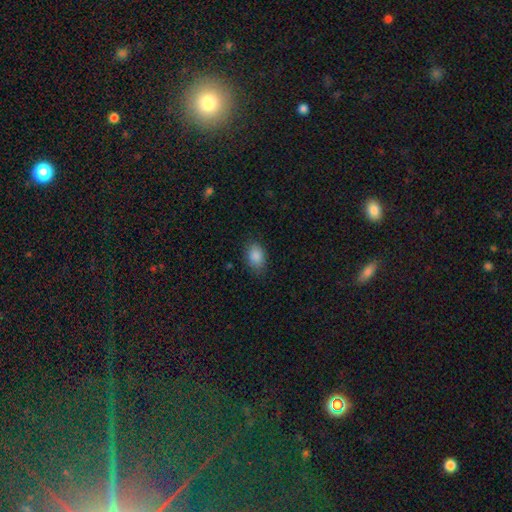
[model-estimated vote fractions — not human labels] Overall: smooth (88%). How rounded: in between (85%). Merging: none (82%).